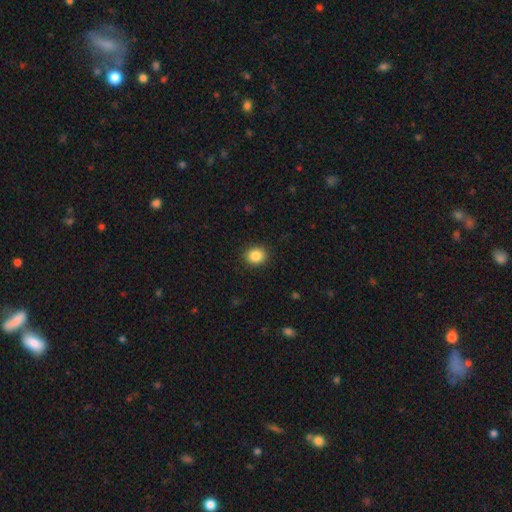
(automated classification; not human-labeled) Smooth or featured? Predicted: smooth (p=0.87). How rounded? Predicted: round (p=0.74). Merging? Predicted: none (p=0.91).